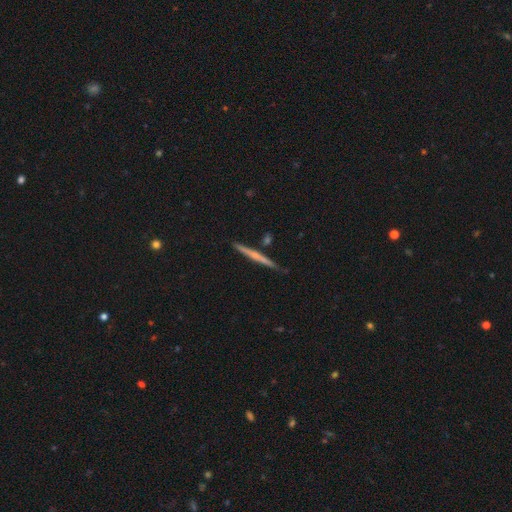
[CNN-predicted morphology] This is possibly a featured or disk galaxy (54%). It is clearly viewed edge-on (98%). Edge-on bulge: likely none (66%). Merging: clearly none (86%).